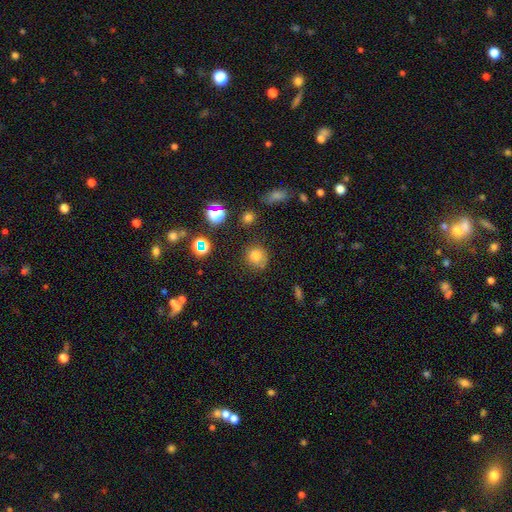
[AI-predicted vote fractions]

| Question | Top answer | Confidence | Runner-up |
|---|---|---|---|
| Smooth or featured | smooth | 75% | star or artifact (16%) |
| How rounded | round | 87% | in between (12%) |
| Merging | none | 74% | minor disturbance (17%) |